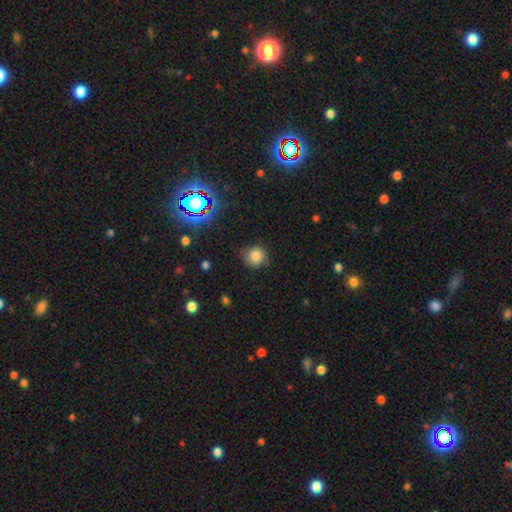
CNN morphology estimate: smooth_or_featured: smooth (p=0.81) [alt: star or artifact p=0.13]
how_rounded: round (p=0.90) [alt: in between p=0.09]
merging: none (p=0.77) [alt: minor disturbance p=0.17]